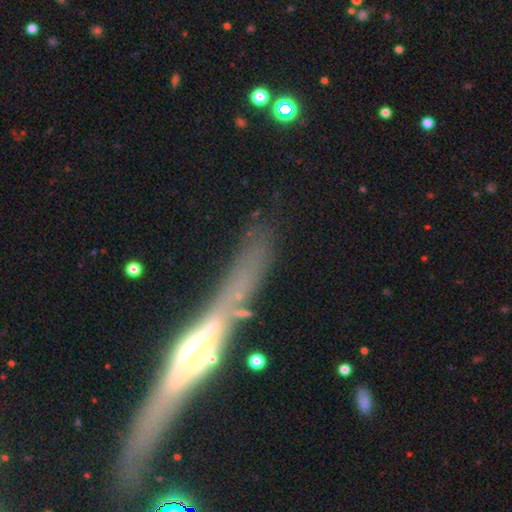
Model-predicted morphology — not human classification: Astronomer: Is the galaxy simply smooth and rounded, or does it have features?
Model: featured or disk — 59%.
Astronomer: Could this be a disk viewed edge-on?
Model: yes — 83%.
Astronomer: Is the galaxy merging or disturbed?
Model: none — 63%.